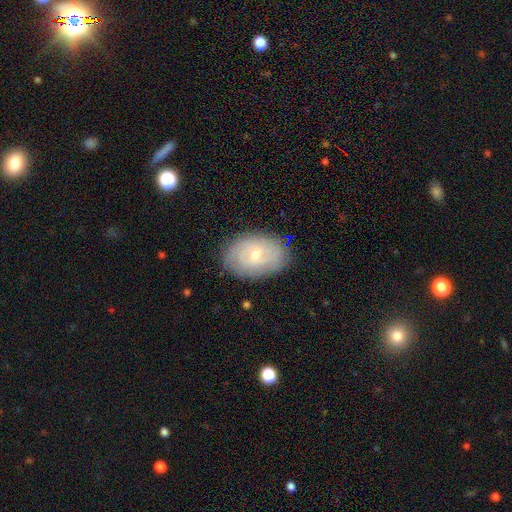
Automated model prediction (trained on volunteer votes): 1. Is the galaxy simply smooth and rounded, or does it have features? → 48% featured or disk, 39% smooth, 13% star or artifact.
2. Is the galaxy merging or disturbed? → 83% none, 13% minor disturbance, 3% major disturbance, 1% merger.